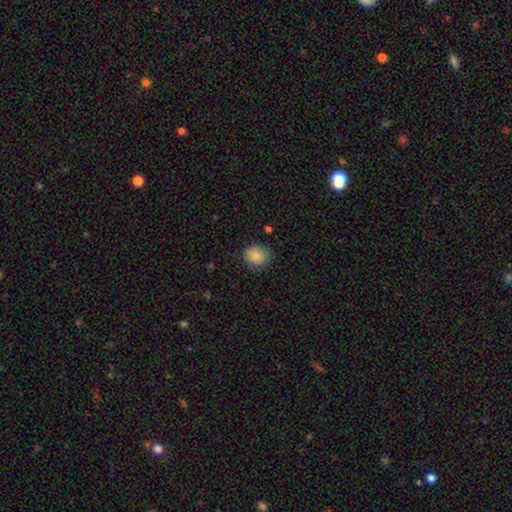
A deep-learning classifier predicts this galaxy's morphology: A smooth galaxy with no disk features (87%) that is round (82%). Merging: none (84%).